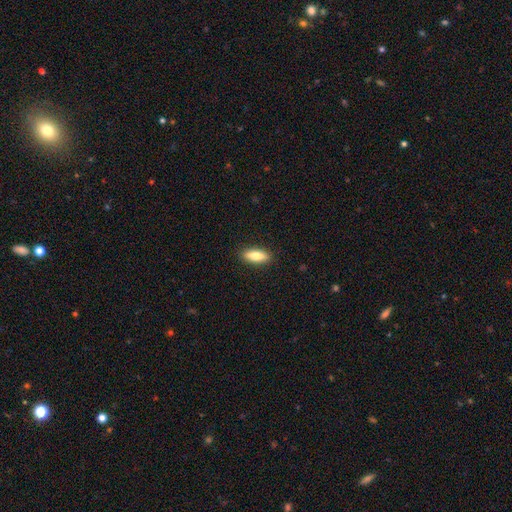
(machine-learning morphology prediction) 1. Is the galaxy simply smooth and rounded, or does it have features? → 79% smooth, 15% featured or disk, 6% star or artifact.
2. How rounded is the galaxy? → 68% in between, 30% cigar-shaped, 2% round.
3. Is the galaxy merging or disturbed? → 90% none, 8% minor disturbance, 2% major disturbance, 1% merger.